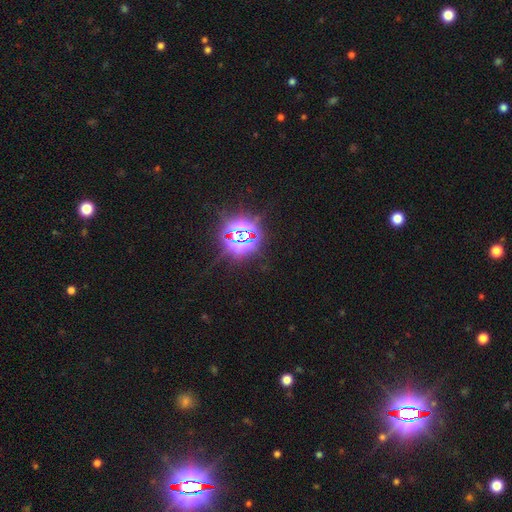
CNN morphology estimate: Smooth or featured? Predicted: star or artifact (p=0.84).